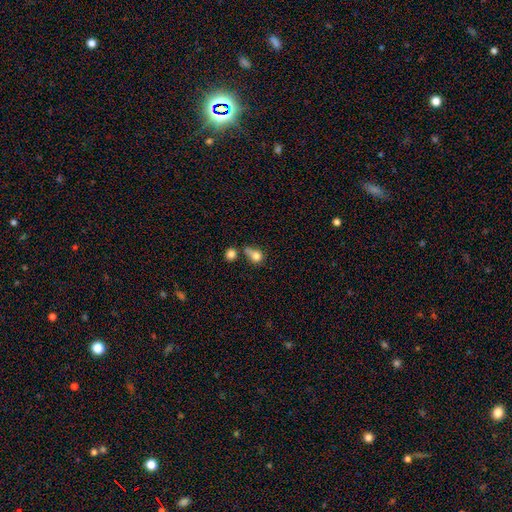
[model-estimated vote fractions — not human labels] The model was most divided on "merging" (2-way tie): merger: 35%, none: 35%, minor disturbance: 19%, major disturbance: 11%. More confident: smooth or featured — smooth (79%); how rounded — round (62%).